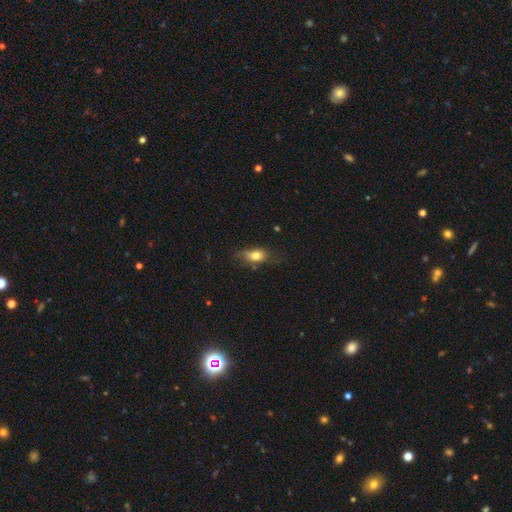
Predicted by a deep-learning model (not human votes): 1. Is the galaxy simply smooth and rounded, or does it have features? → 74% smooth, 17% featured or disk, 9% star or artifact.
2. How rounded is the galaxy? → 80% in between, 12% round, 8% cigar-shaped.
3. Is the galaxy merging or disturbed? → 53% none, 30% minor disturbance, 15% major disturbance, 2% merger.